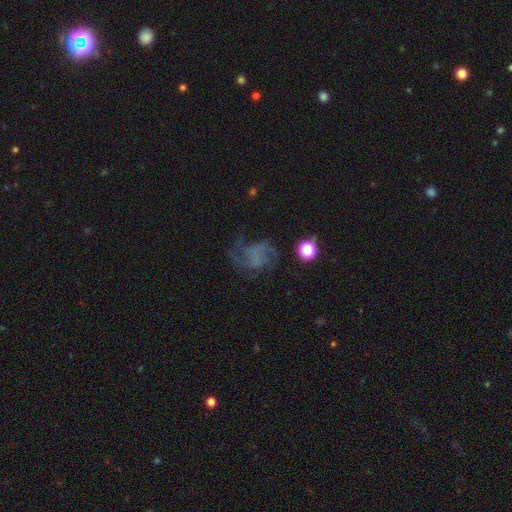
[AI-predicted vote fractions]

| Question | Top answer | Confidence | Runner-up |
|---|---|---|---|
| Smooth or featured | featured or disk | 63% | smooth (22%) |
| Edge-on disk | no | 98% | yes (2%) |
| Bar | no | 76% | weak (20%) |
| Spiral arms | yes | 83% | no (17%) |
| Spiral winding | medium | 41% | loose (39%) |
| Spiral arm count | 2 | 41% | 3 (21%) |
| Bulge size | none | 76% | small (11%) |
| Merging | none | 51% | major disturbance (28%) |